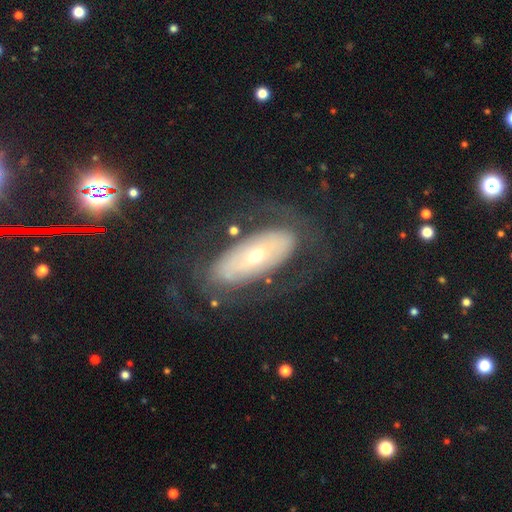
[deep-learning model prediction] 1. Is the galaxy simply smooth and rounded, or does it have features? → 63% featured or disk, 29% smooth, 8% star or artifact.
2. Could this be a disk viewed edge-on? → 85% no, 15% yes.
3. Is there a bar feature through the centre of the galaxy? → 71% no, 16% weak, 13% strong.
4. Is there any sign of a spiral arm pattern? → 54% no, 46% yes.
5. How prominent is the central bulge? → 58% small, 36% moderate, 4% large, 2% dominant, 1% none.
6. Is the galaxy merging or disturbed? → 66% none, 16% major disturbance, 15% minor disturbance, 2% merger.